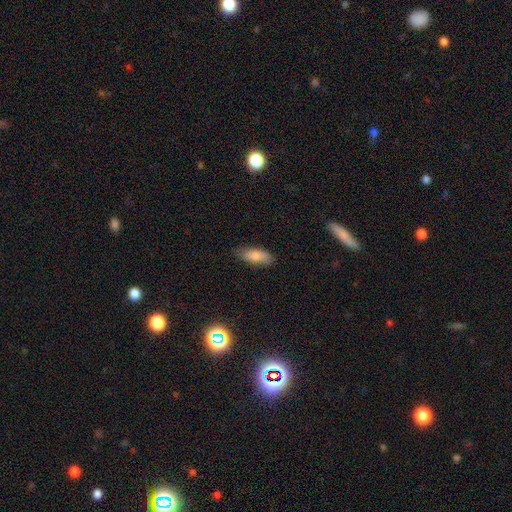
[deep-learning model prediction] A smooth galaxy with no disk features (82%) that is in between round and cigar-shaped (75%). Merging: none (81%).